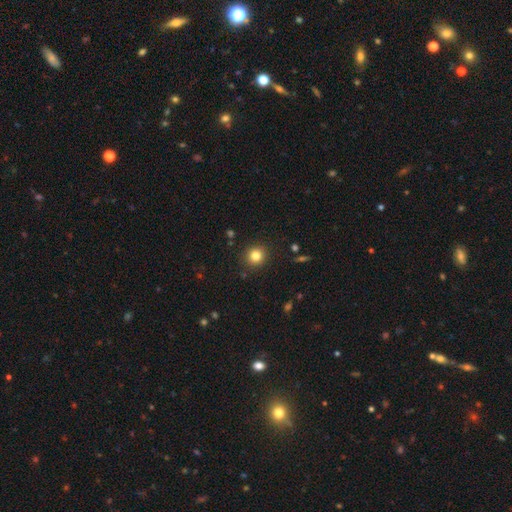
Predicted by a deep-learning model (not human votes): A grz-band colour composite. It shows a smooth galaxy with no disk features (81%) that is round (91%). Merging: none (91%).